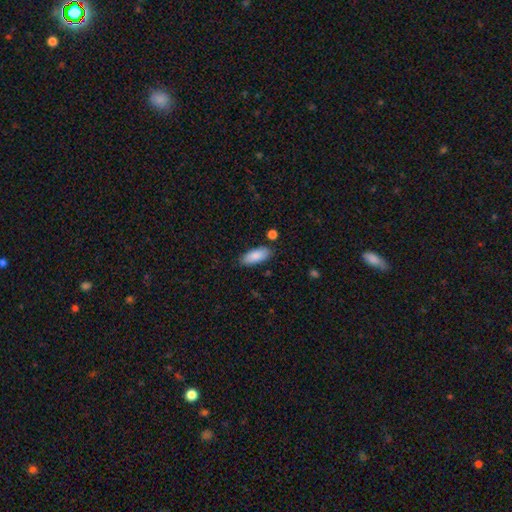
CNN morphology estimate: Smooth or featured? Predicted: smooth (p=0.87). How rounded? Predicted: in between (p=0.83). Merging? Predicted: none (p=0.83).